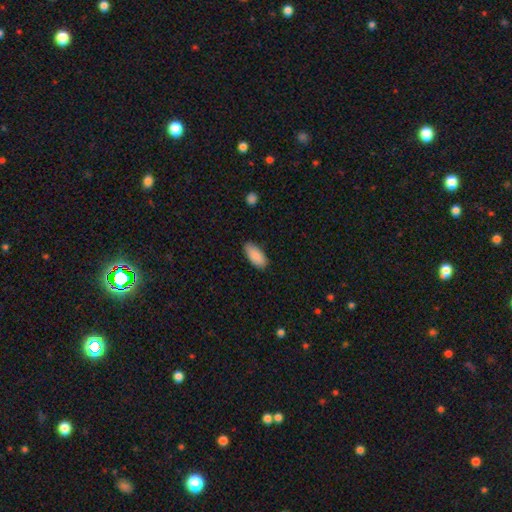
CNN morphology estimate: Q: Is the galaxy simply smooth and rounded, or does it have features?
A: smooth — 90%.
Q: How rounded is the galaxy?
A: in between — 90%.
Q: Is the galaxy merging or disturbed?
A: none — 85%.